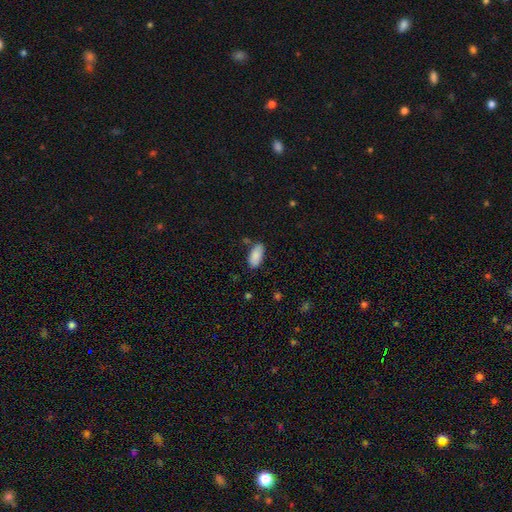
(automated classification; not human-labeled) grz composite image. It shows a smooth galaxy with no disk features (89%) that is in between round and cigar-shaped (91%). Merging: none (79%).